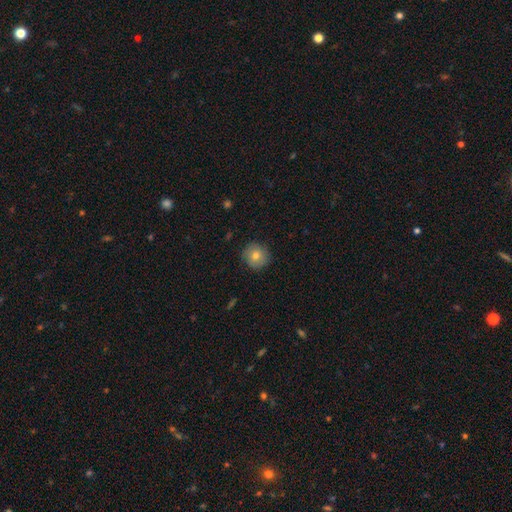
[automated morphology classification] smooth-or-featured: smooth: 77% | featured or disk: 14% | star or artifact: 10%
  how-rounded: round: 93% | in between: 6% | cigar-shaped: 1%
  merging: none: 88% | minor disturbance: 9% | major disturbance: 2% | merger: 1%